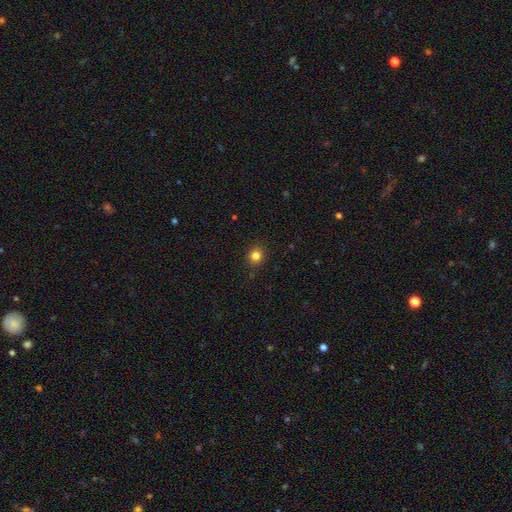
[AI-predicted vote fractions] Smooth or featured? smooth (82%)
How rounded? round (87%)
Merging? none (90%)